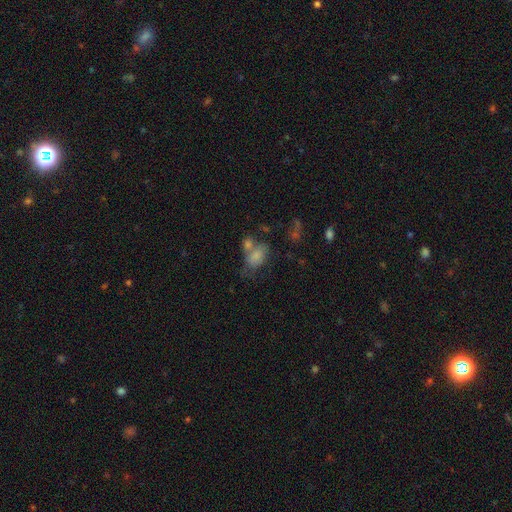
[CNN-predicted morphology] A smooth galaxy with no disk features (74%) that is in between round and cigar-shaped (79%). Merging: merger (43%).